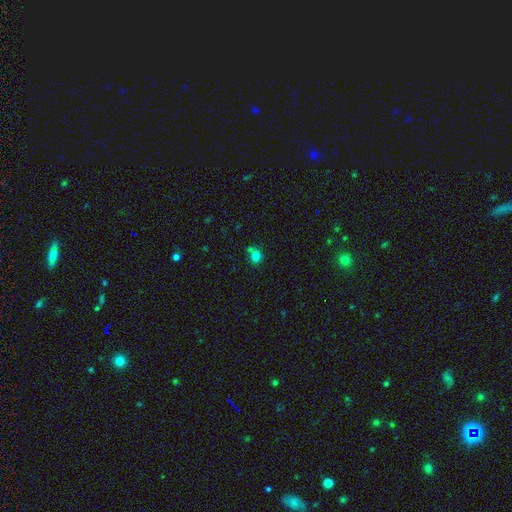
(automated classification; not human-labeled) Smooth or featured? Predicted: smooth (p=0.78). How rounded? Predicted: round (p=0.78). Merging? Predicted: none (p=0.58).